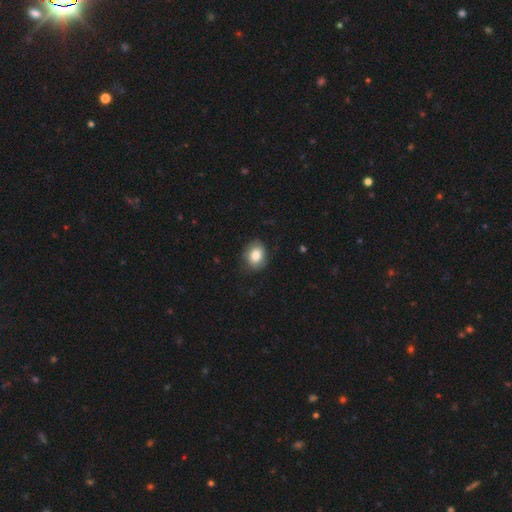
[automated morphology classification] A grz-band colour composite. It shows a smooth galaxy with no disk features (78%) that is in between round and cigar-shaped (52%). Merging: none (75%).